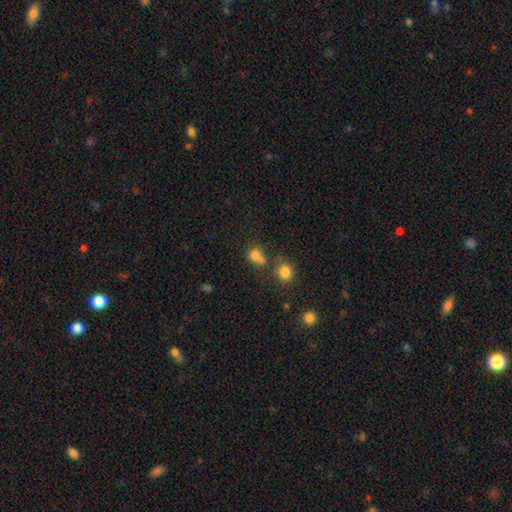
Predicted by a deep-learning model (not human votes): Morphology: type=smooth (76%); roundness=round (69%); merging=none (43%).